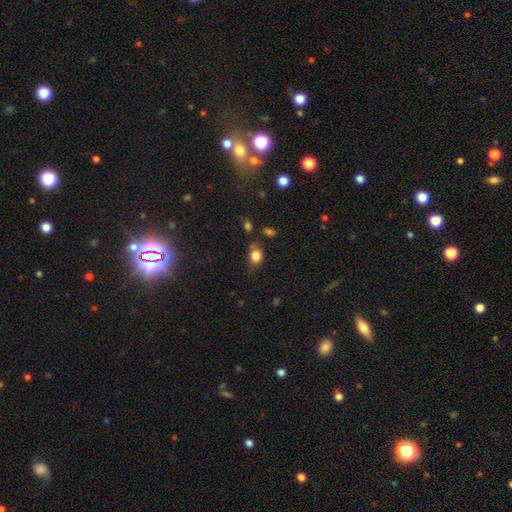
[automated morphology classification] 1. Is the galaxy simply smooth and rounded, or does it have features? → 81% smooth, 11% star or artifact, 8% featured or disk.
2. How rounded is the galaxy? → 50% round, 48% in between, 1% cigar-shaped.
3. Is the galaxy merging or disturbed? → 60% none, 27% minor disturbance, 8% major disturbance, 6% merger.